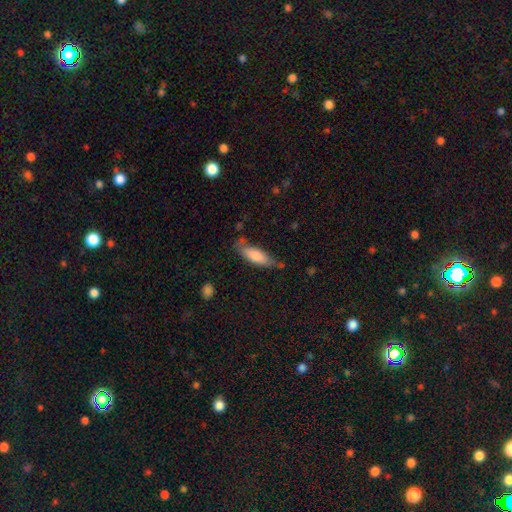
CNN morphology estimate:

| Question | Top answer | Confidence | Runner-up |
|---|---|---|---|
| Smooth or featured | smooth | 78% | featured or disk (17%) |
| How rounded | in between | 57% | cigar-shaped (41%) |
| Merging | none | 59% | minor disturbance (28%) |